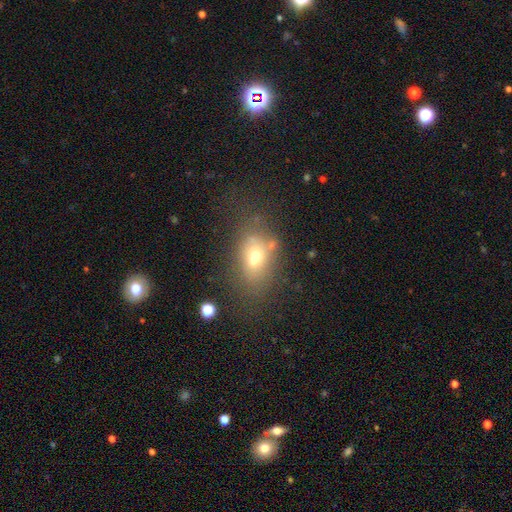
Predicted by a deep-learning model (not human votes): Smooth or featured? Predicted: smooth (p=0.65). How rounded? Predicted: in between (p=0.77). Merging? Predicted: none (p=0.51).